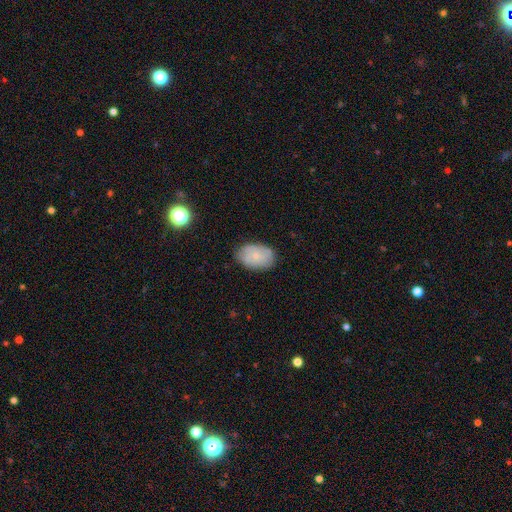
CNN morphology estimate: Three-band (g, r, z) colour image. It shows a smooth galaxy with no disk features (66%) that is in between round and cigar-shaped (87%). Merging: none (79%).